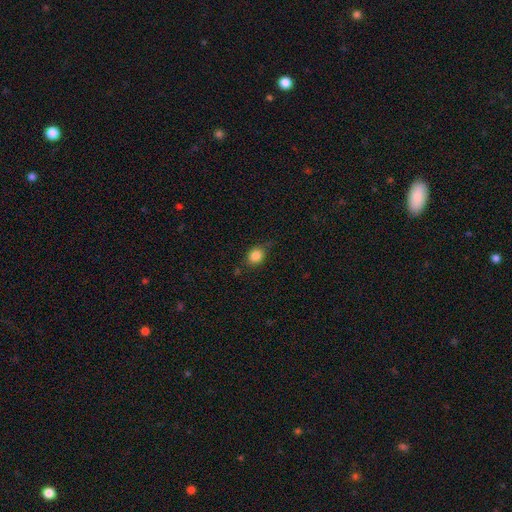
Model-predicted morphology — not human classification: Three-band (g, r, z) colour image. It shows a smooth galaxy with no disk features (84%) that is round (63%). Merging: none (66%).